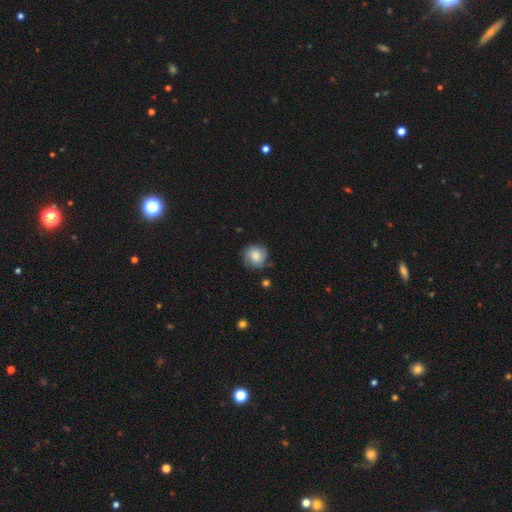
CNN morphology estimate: Q: Smooth or featured?
A: smooth (57%); runner-up: featured or disk (35%)
Q: How rounded?
A: round (88%); runner-up: in between (11%)
Q: Merging?
A: none (73%); runner-up: minor disturbance (19%)